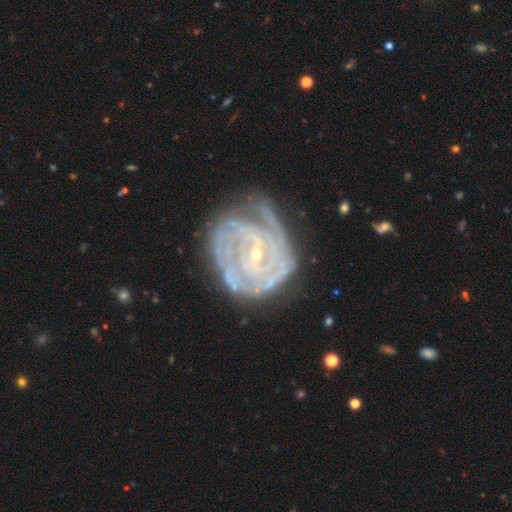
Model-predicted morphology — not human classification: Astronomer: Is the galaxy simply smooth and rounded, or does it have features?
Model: featured or disk — 87%.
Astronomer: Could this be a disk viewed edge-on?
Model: no — 98%.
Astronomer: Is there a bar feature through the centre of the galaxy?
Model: no — 49% (runner-up: weak, 37%).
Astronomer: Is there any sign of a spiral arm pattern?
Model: yes — 93%.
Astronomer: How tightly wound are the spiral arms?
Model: tight — 76%.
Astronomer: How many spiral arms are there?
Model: can't tell — 34% (runner-up: 2, 21%).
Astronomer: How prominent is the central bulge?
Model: small — 83%.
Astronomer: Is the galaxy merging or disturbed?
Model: none — 54%.